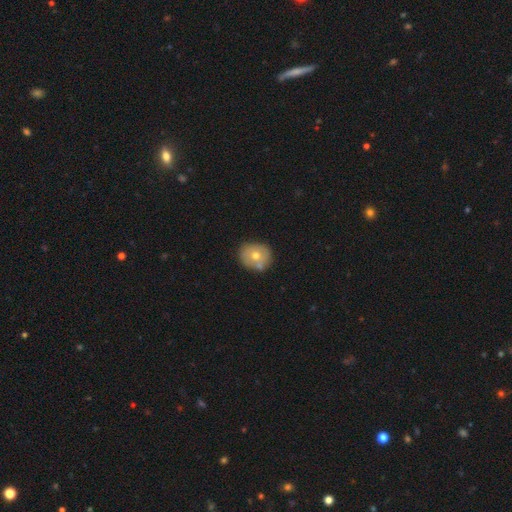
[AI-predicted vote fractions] Smooth or featured: smooth — 61% (featured or disk — 29%)
How rounded: round — 76% (in between — 23%)
Merging: none — 70% (minor disturbance — 14%)